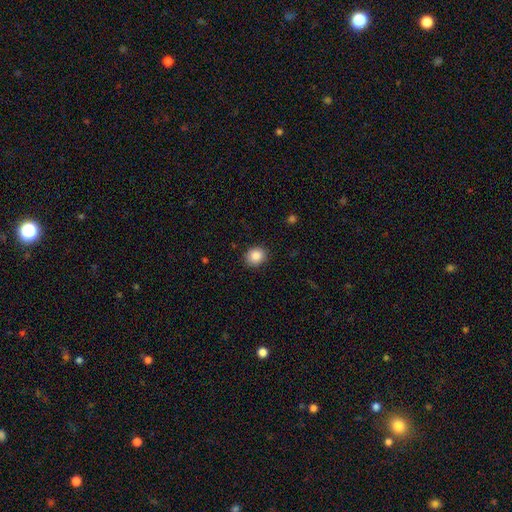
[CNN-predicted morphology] smooth-or-featured: smooth: 87% | star or artifact: 9% | featured or disk: 4%
  how-rounded: round: 69% | in between: 30% | cigar-shaped: 1%
  merging: none: 88% | minor disturbance: 9% | major disturbance: 2% | merger: 1%